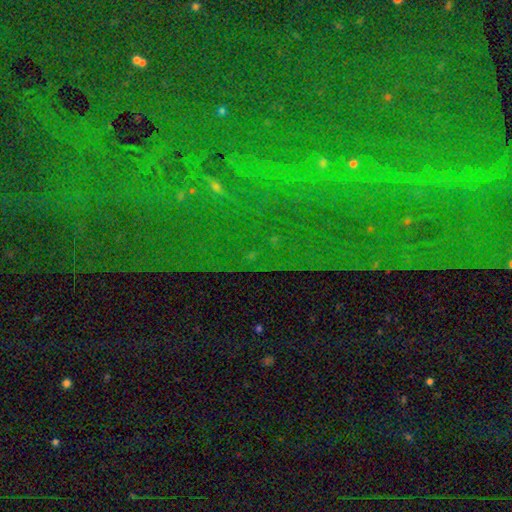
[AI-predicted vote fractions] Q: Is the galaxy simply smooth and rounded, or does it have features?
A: star or artifact — 82%.